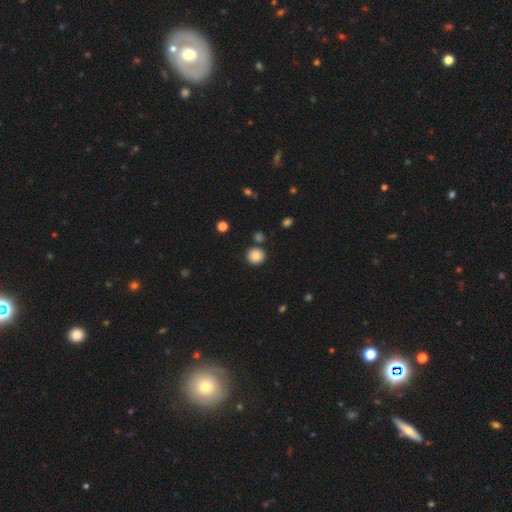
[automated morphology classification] This appears to be a smooth galaxy with no disk features (85%) that is round (92%). Merging: none (85%).